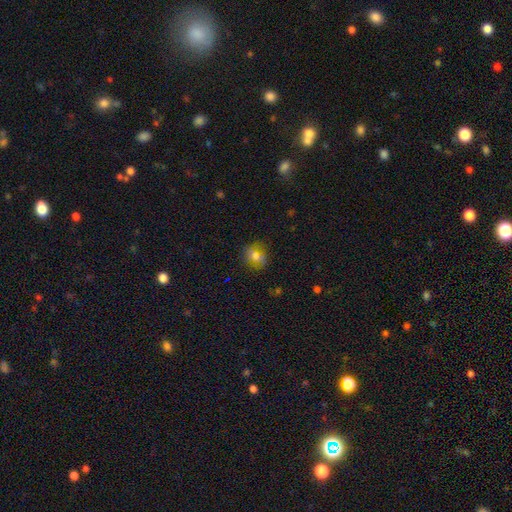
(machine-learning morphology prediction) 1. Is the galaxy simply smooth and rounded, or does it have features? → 66% smooth, 20% featured or disk, 15% star or artifact.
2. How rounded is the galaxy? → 59% round, 38% in between, 2% cigar-shaped.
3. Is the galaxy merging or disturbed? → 77% none, 15% minor disturbance, 5% major disturbance, 2% merger.